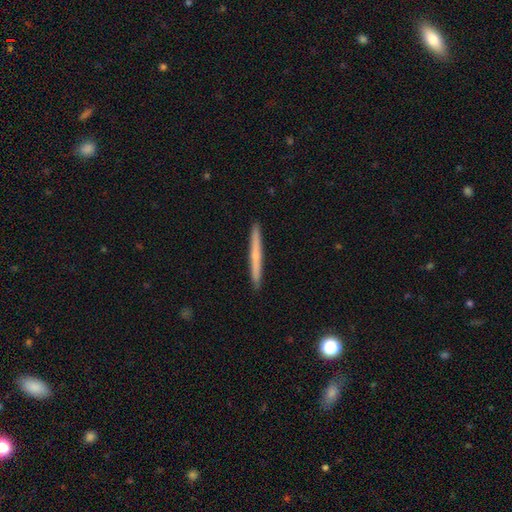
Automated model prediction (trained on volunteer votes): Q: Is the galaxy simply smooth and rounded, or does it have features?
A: smooth — 48%.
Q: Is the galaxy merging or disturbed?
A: none — 93%.